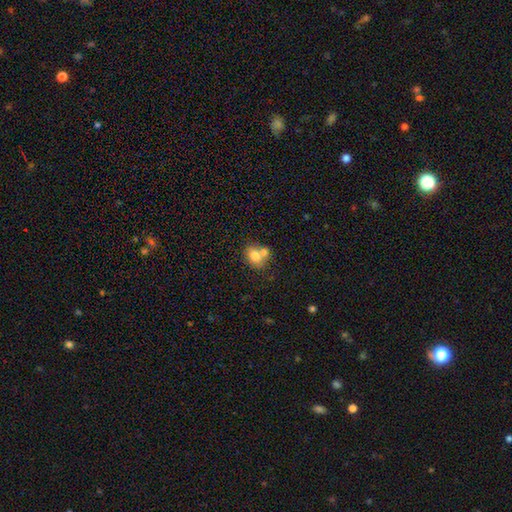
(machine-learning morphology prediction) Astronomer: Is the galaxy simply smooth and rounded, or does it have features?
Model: smooth — 75%.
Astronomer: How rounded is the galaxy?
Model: round — 54% (runner-up: in between, 45%).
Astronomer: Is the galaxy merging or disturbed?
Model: merger — 44% (runner-up: none, 42%).